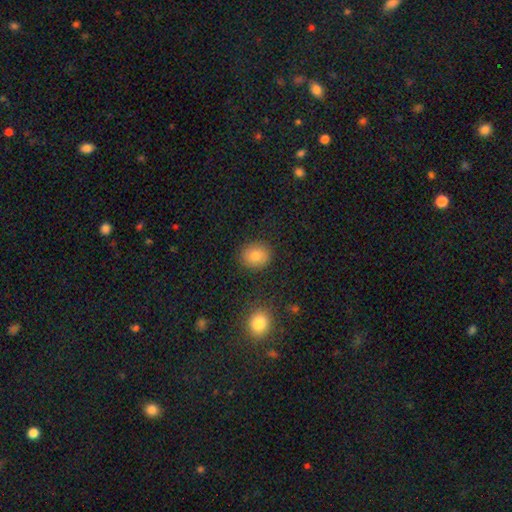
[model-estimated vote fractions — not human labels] Smooth or featured: smooth — 82% (star or artifact — 10%)
How rounded: round — 78% (in between — 21%)
Merging: none — 89% (minor disturbance — 7%)